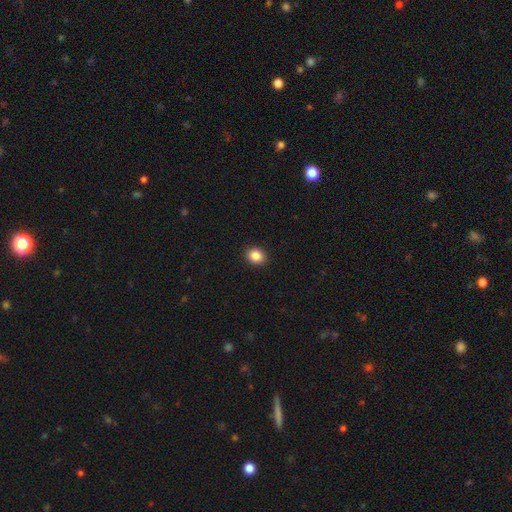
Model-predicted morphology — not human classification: Smooth or featured? smooth (87%)
How rounded? round (59%)
Merging? none (92%)